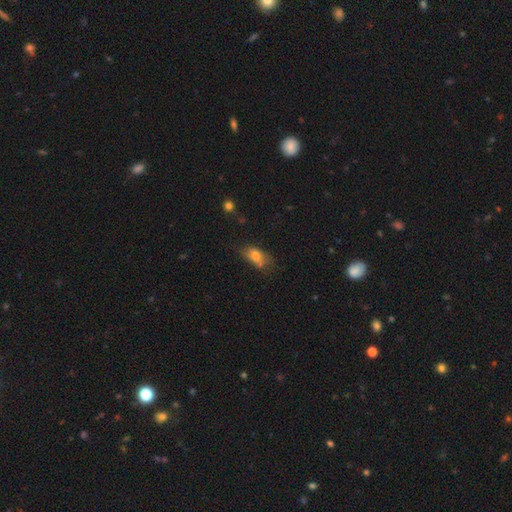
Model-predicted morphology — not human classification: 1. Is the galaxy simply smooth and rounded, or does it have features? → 71% smooth, 19% featured or disk, 10% star or artifact.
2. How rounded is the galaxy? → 84% in between, 9% round, 7% cigar-shaped.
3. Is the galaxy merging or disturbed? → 40% none, 31% minor disturbance, 18% major disturbance, 11% merger.